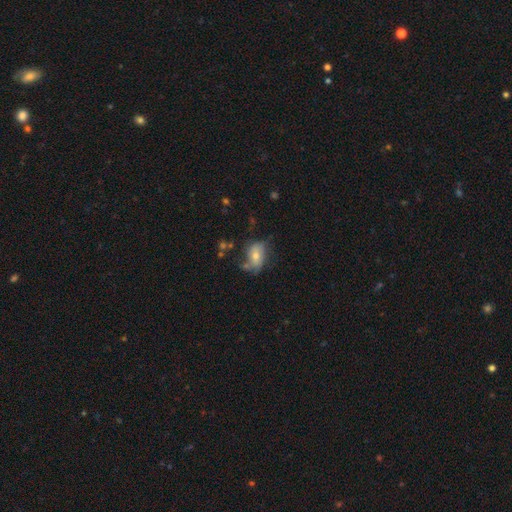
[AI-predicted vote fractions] smooth_or_featured: smooth (p=0.55) [alt: featured or disk p=0.36]
how_rounded: in between (p=0.83) [alt: round p=0.14]
merging: none (p=0.49) [alt: minor disturbance p=0.28]